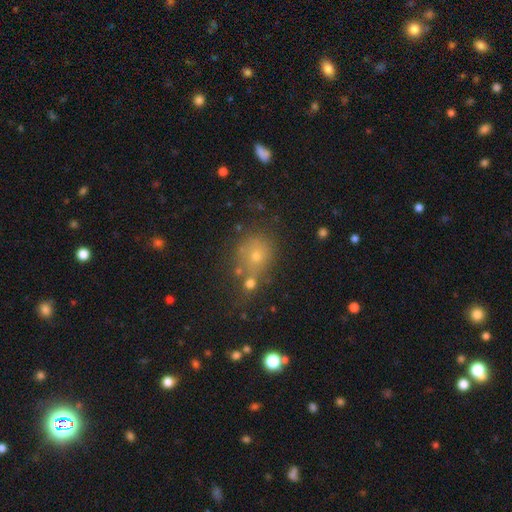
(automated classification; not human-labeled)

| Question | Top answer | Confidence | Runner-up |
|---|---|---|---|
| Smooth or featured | smooth | 63% | star or artifact (22%) |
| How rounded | round | 74% | in between (25%) |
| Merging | none | 58% | merger (21%) |